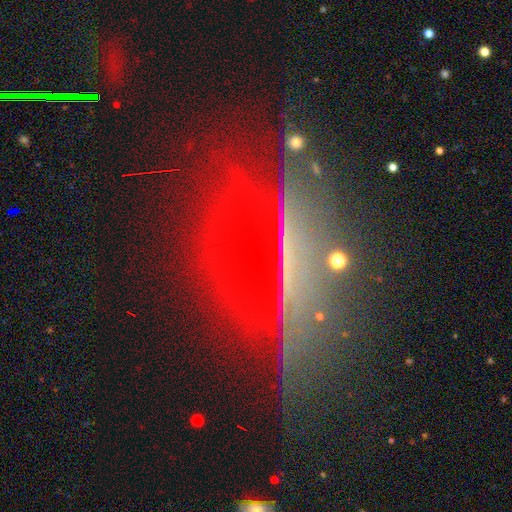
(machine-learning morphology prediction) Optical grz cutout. It shows a star or artifact, not a galaxy (43%).